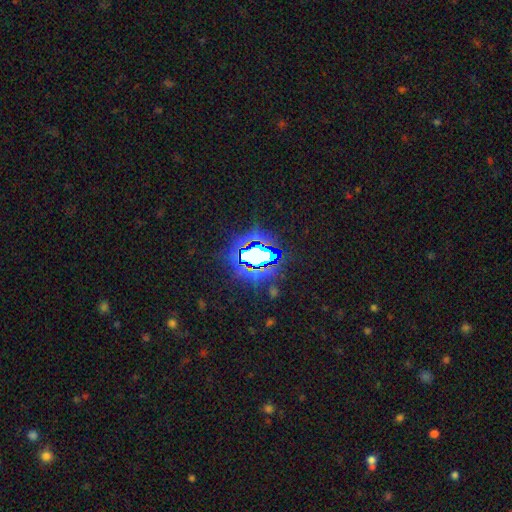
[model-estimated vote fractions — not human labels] This is likely a star or artifact rather than a galaxy (70%).